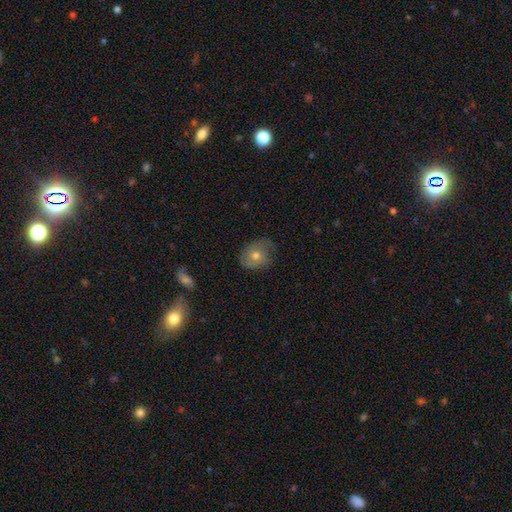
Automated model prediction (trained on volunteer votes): The model was most divided on "smooth or featured": smooth: 51%, featured or disk: 39%, star or artifact: 10%. More confident: merging — none (64%); how rounded — round (58%).